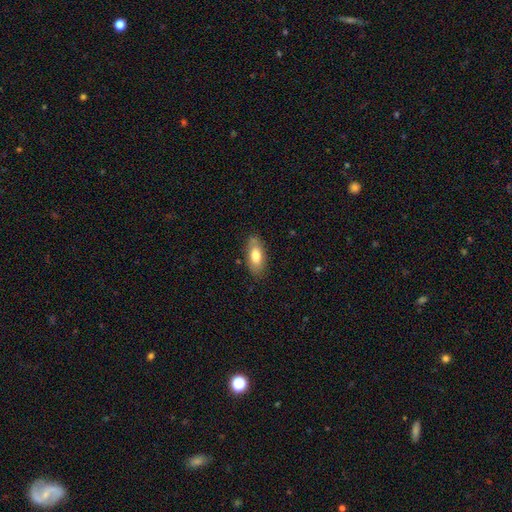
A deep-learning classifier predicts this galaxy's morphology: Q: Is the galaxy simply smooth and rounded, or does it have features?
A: smooth — 74%.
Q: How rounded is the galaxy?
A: in between — 84%.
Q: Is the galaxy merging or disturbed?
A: none — 81%.